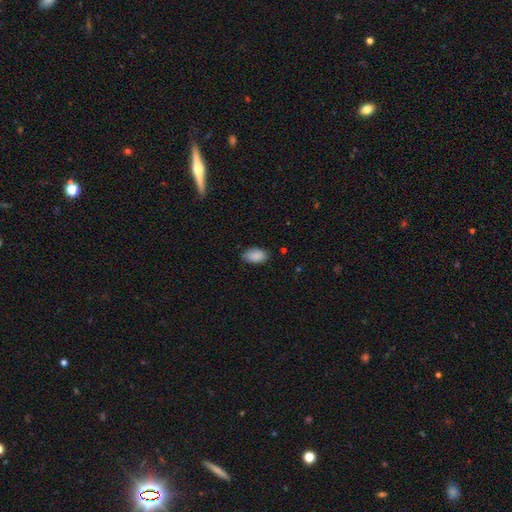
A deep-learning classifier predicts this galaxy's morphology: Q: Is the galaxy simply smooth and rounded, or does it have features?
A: smooth — 88%.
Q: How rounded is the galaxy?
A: in between — 93%.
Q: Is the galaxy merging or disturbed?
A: none — 74%.